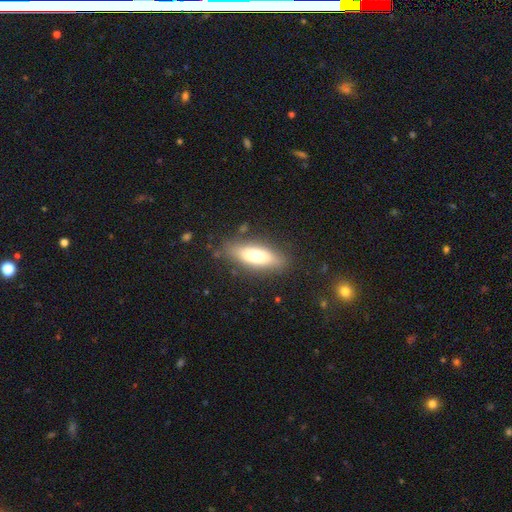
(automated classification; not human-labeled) Morphology: type=smooth (70%); roundness=in between (61%); merging=none (81%).